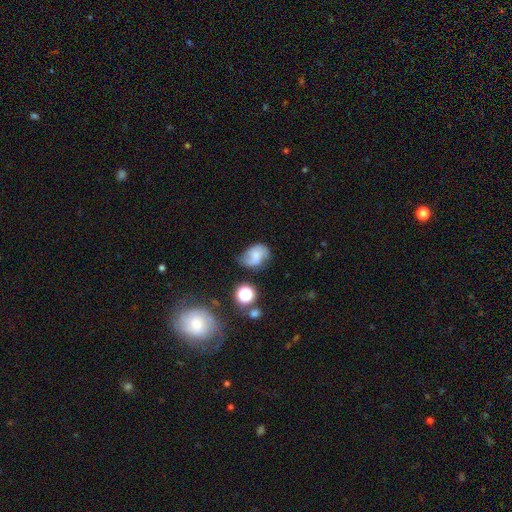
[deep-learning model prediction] Q: Smooth or featured?
A: smooth (49%); runner-up: featured or disk (39%)
Q: Merging?
A: none (49%); runner-up: minor disturbance (34%)